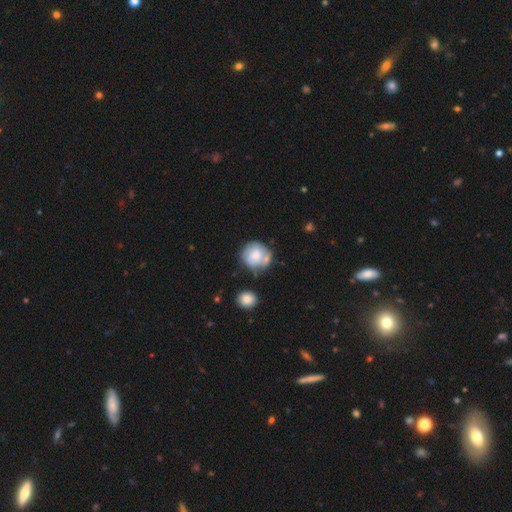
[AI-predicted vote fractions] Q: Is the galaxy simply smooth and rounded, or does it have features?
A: smooth — 59%.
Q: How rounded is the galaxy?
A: round — 86%.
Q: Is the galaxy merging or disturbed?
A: none — 55%.